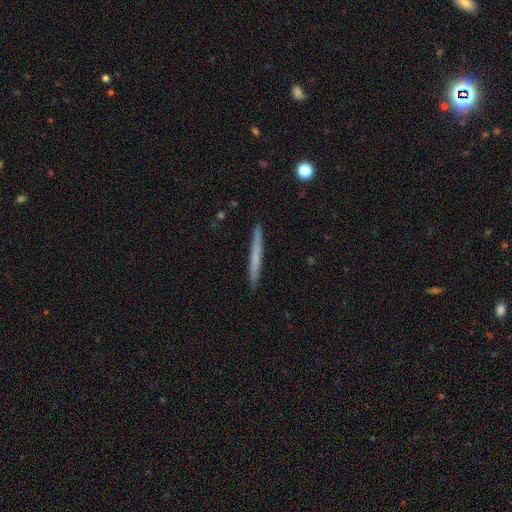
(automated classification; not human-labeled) smooth 58%, featured or disk 35%, star or artifact 6%. Down the decision tree: how rounded — cigar-shaped (97%); merging — none (92%).